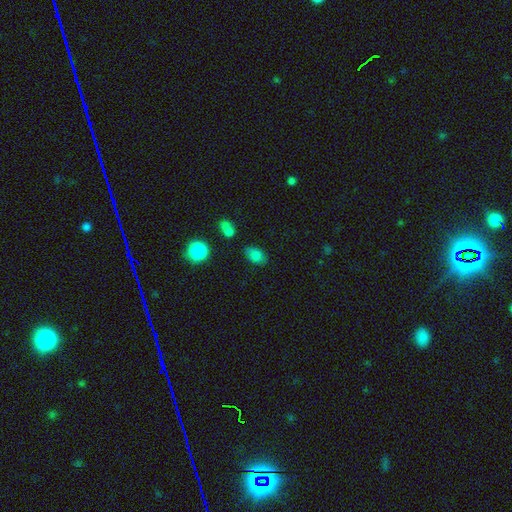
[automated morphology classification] Smooth or featured? smooth (78%)
How rounded? in between (82%)
Merging? none (77%)